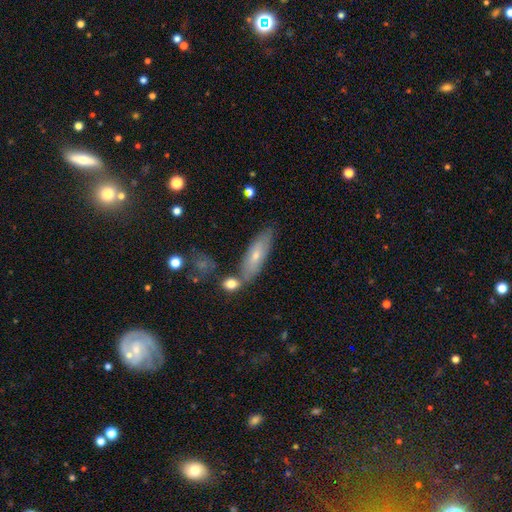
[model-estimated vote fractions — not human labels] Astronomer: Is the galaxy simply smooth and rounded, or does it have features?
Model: smooth — 63%.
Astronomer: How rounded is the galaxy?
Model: in between — 50% (runner-up: cigar-shaped, 48%).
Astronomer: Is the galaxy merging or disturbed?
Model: none — 70%.